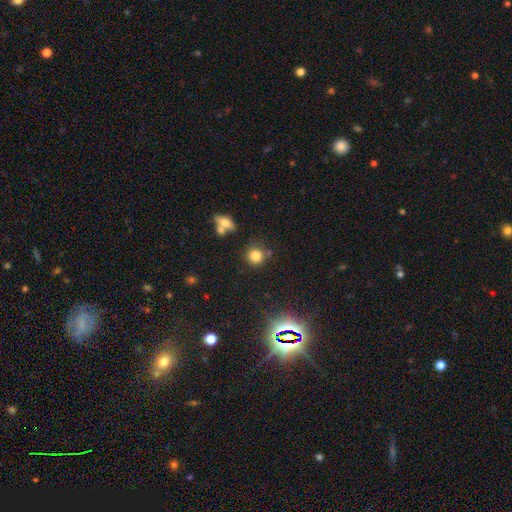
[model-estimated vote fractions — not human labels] Smooth or featured: smooth — 79% (star or artifact — 14%)
How rounded: round — 87% (in between — 11%)
Merging: none — 73% (minor disturbance — 12%)